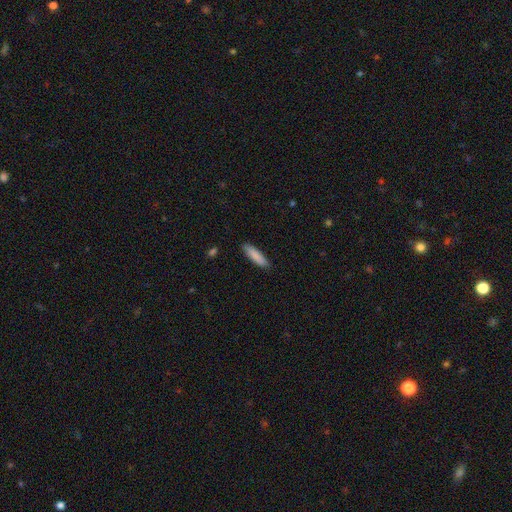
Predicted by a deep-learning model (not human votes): A smooth galaxy with no disk features (85%) that is cigar-shaped (72%). Merging: none (87%).